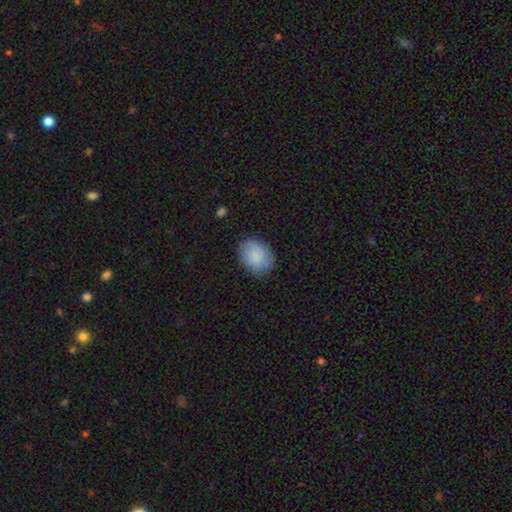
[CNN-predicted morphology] Overall: smooth (83%). How rounded: in between (62%; round 37%). Merging: none (82%).